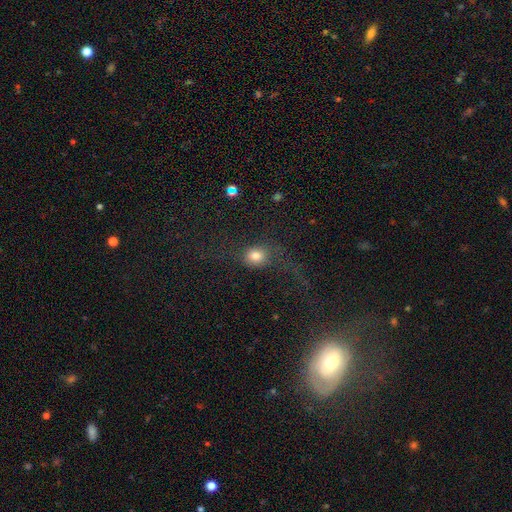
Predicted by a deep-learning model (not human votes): A smooth galaxy with no disk features (75%) that is round (64%).

Vote fractions:
- Smooth or featured? smooth: 75% / star or artifact: 14% / featured or disk: 11%
- How rounded? round: 64% / in between: 33% / cigar-shaped: 2%
- Merging? none: 52% / major disturbance: 29% / minor disturbance: 14% / merger: 5%